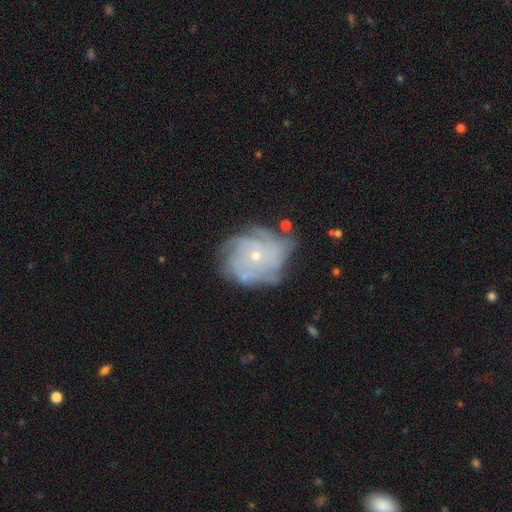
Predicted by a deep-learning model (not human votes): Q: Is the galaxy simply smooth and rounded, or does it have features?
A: featured or disk — 79%.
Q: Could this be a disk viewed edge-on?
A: no — 97%.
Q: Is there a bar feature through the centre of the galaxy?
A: no — 83%.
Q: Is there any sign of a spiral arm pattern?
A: yes — 90%.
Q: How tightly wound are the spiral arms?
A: tight — 66%.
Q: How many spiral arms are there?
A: can't tell — 37%.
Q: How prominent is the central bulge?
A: small — 76%.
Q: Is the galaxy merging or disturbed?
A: none — 63%.